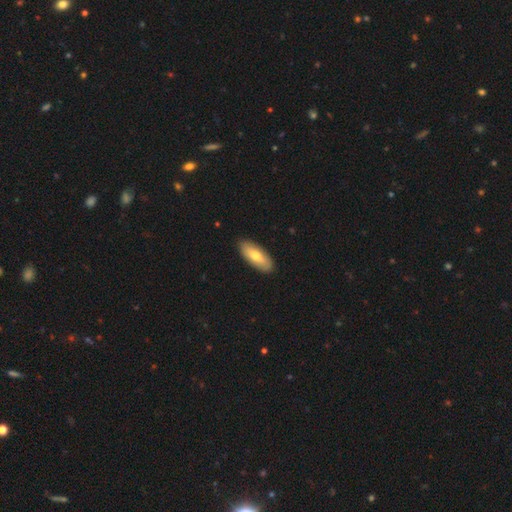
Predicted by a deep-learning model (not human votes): Smooth or featured? smooth (68%)
How rounded? in between (80%)
Merging? none (90%)